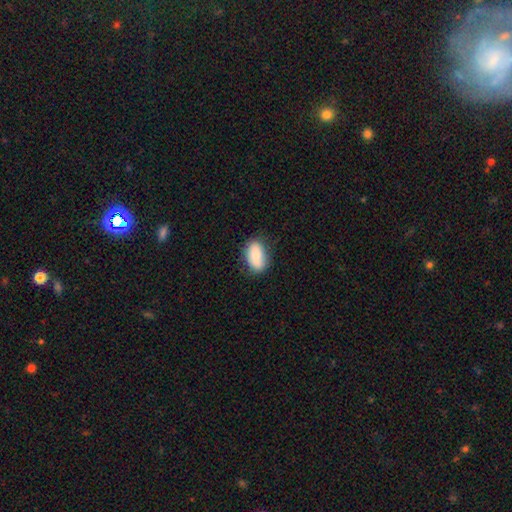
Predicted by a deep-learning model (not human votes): Smooth or featured?
  - smooth: 80% *
  - featured or disk: 14%
  - star or artifact: 7%
How rounded?
  - in between: 90% *
  - round: 8%
  - cigar-shaped: 2%
Merging?
  - none: 80% *
  - minor disturbance: 16%
  - major disturbance: 3%
  - merger: 1%